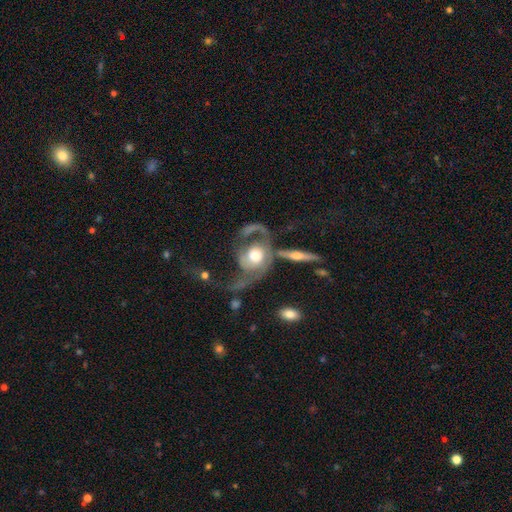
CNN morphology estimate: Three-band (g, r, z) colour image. It shows a featured or disk galaxy (75%) with no bar (76%), 2 (59%) loose (53%) spiral arms (81%) and a moderate central bulge (54%). Merging: major disturbance (40%).